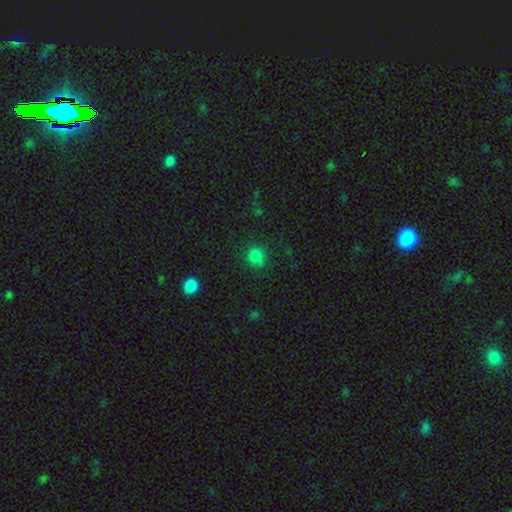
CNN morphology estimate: Overall: smooth (81%). How rounded: round (84%). Merging: none (79%).